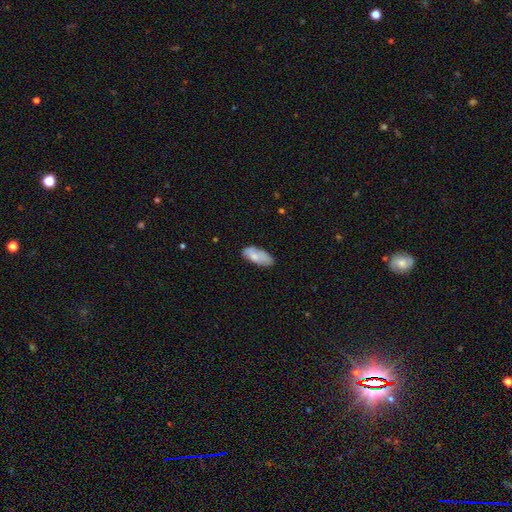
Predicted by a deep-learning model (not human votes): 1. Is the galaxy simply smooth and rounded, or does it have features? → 75% smooth, 18% featured or disk, 7% star or artifact.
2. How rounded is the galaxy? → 86% in between, 12% cigar-shaped, 2% round.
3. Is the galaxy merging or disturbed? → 64% none, 27% minor disturbance, 6% major disturbance, 3% merger.